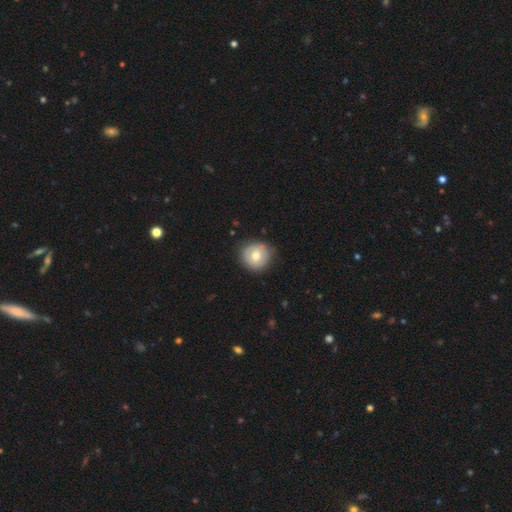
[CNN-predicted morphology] smooth-or-featured: smooth: 62% | featured or disk: 31% | star or artifact: 7%
  how-rounded: round: 90% | in between: 9% | cigar-shaped: 1%
  merging: none: 82% | minor disturbance: 14% | major disturbance: 3% | merger: 1%